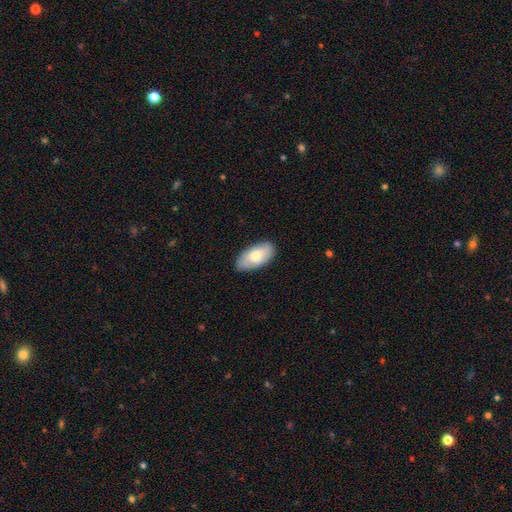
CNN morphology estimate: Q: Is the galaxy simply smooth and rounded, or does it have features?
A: smooth — 72%.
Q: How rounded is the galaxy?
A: in between — 94%.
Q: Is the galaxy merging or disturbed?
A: none — 84%.